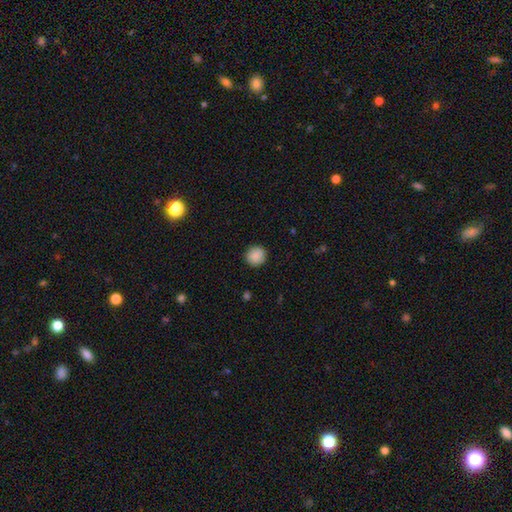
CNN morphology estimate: type=smooth (88%); roundness=round (93%); merging=none (90%).